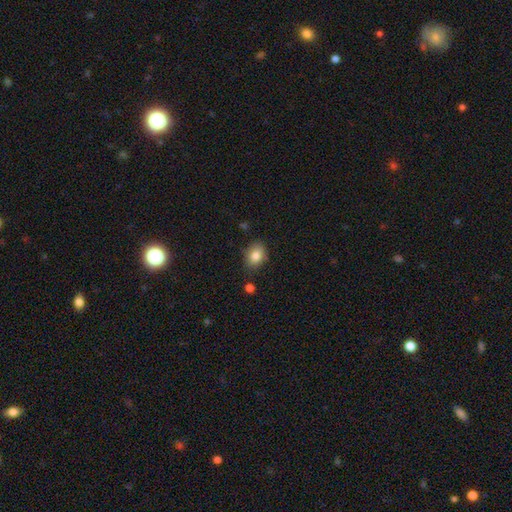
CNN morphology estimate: Smooth or featured?
  - smooth: 84% *
  - star or artifact: 8%
  - featured or disk: 8%
How rounded?
  - in between: 70% *
  - round: 29%
  - cigar-shaped: 1%
Merging?
  - none: 81% *
  - minor disturbance: 14%
  - major disturbance: 3%
  - merger: 3%